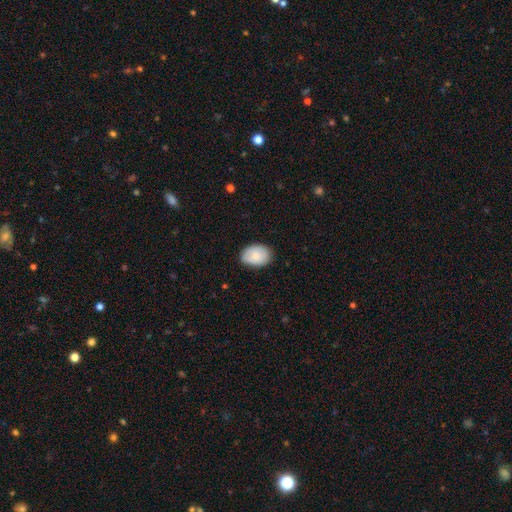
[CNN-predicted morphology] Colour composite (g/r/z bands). It shows a smooth galaxy with no disk features (84%) that is in between round and cigar-shaped (82%). Merging: none (78%).